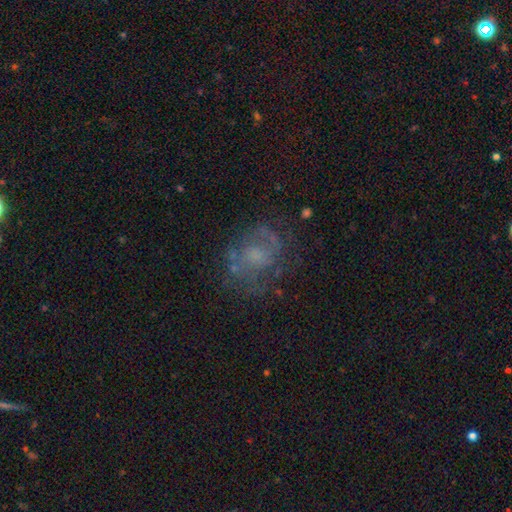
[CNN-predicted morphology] This is possibly a featured or disk galaxy (59%). It is clearly not viewed edge-on (97%). Bar: likely no (72%). Spiral arm pattern: likely yes (68%). Central bulge: marginally moderate (32%). Merging: likely none (62%).